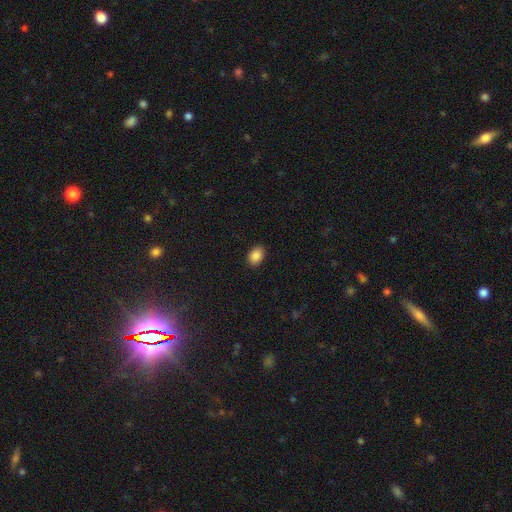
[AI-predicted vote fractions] Overall: smooth (88%). How rounded: in between (77%). Merging: none (90%).